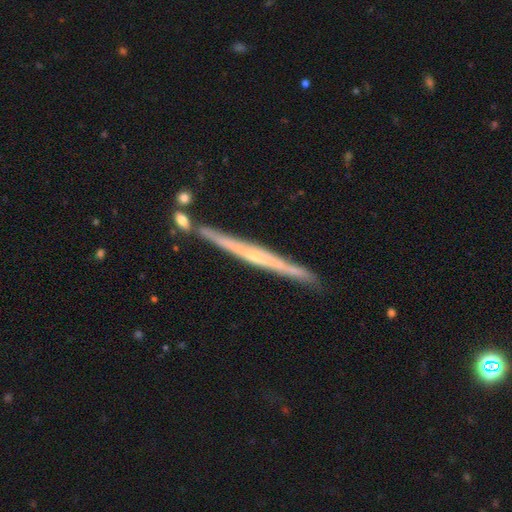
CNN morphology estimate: A featured or disk galaxy (75%) viewed edge-on (97%) with no central bulge (59%). Merging: none (83%).